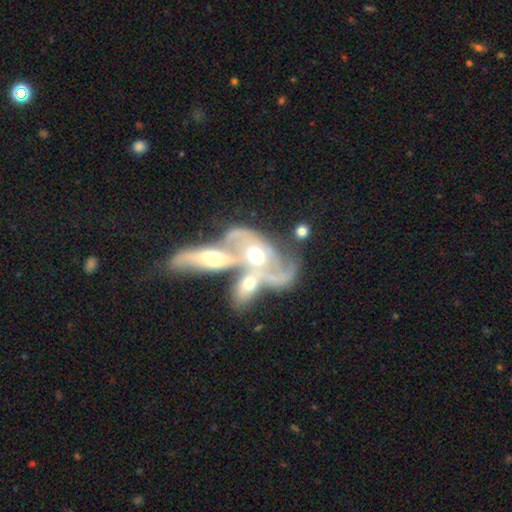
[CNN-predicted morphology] A featured or disk galaxy (67%) with no bar (77%), spiral arms (60%) and a moderate central bulge (64%). Merging: merger (75%).